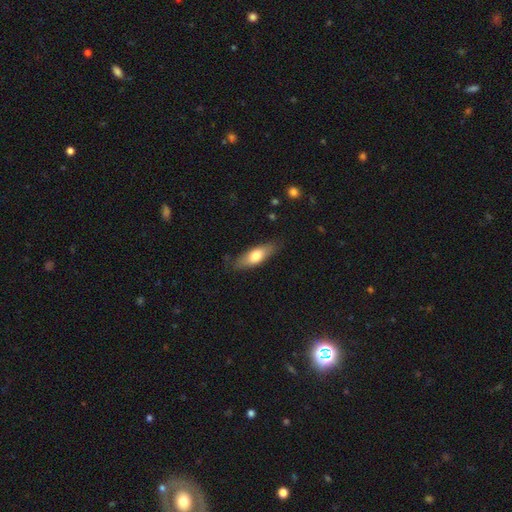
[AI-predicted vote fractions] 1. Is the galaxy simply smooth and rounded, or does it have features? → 68% smooth, 26% featured or disk, 6% star or artifact.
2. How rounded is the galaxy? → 62% in between, 36% cigar-shaped, 2% round.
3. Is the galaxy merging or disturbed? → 80% none, 15% minor disturbance, 3% major disturbance, 1% merger.